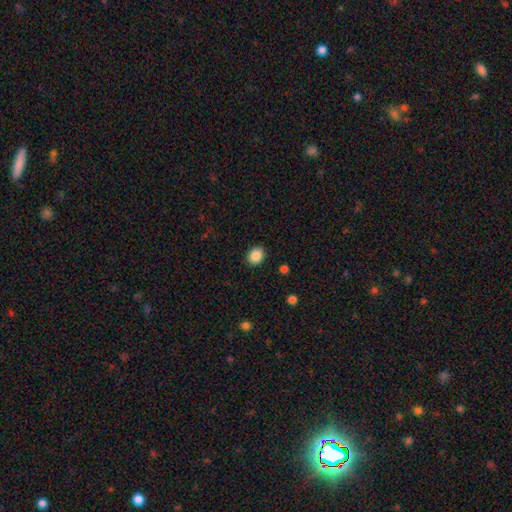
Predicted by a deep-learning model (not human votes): Smooth or featured? Predicted: smooth (p=0.86). How rounded? Predicted: round (p=0.69). Merging? Predicted: none (p=0.90).